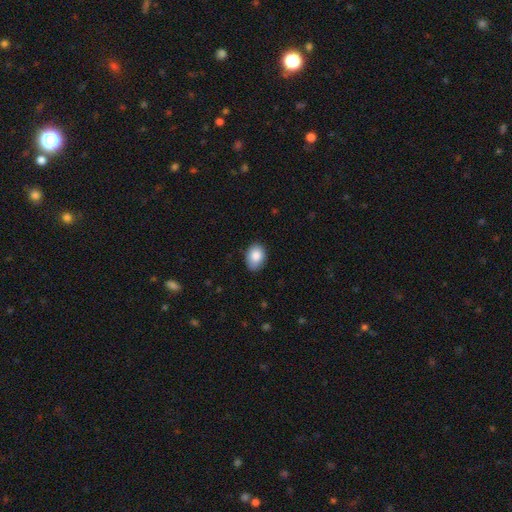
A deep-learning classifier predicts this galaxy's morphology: smooth-or-featured: smooth: 86% | star or artifact: 7% | featured or disk: 6%
  how-rounded: in between: 75% | round: 24% | cigar-shaped: 1%
  merging: none: 79% | minor disturbance: 17% | major disturbance: 3% | merger: 1%